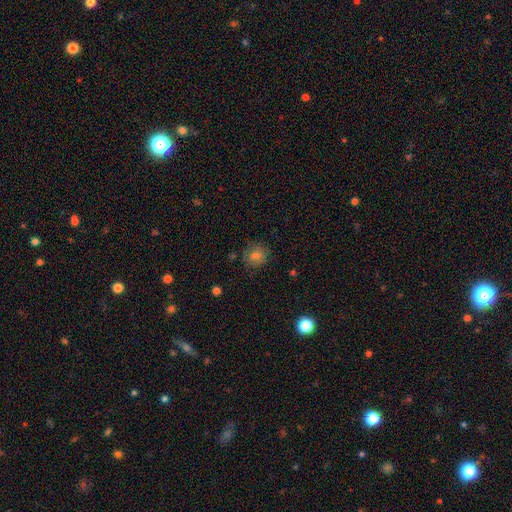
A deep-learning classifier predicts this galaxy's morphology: smooth-or-featured: smooth: 62% | featured or disk: 20% | star or artifact: 18%
  how-rounded: round: 80% | in between: 19% | cigar-shaped: 1%
  merging: none: 82% | minor disturbance: 13% | major disturbance: 4% | merger: 2%